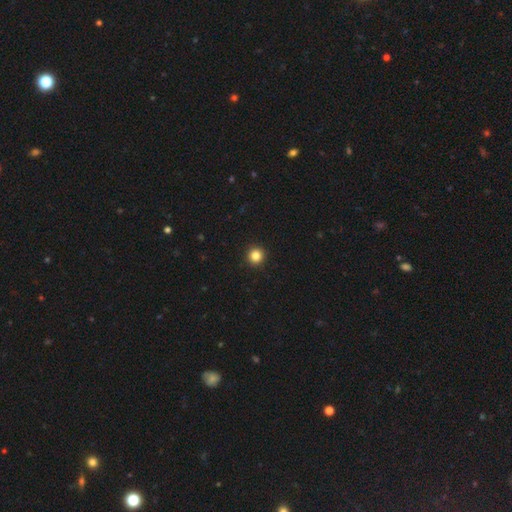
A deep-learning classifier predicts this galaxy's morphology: This appears to be a smooth galaxy with no disk features (84%) that is round (95%). Merging: none (94%).